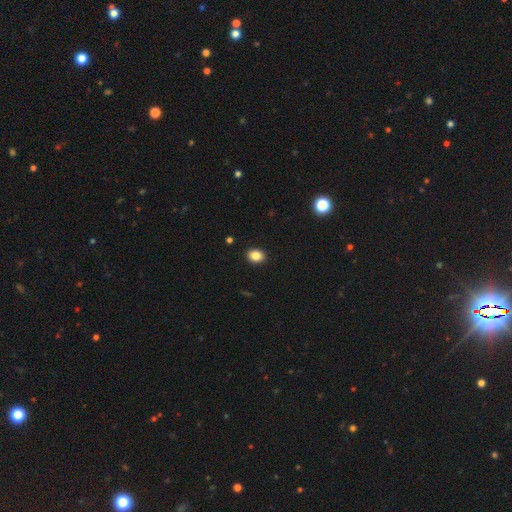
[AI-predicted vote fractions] Smooth or featured? smooth (86%)
How rounded? in between (57%)
Merging? none (91%)